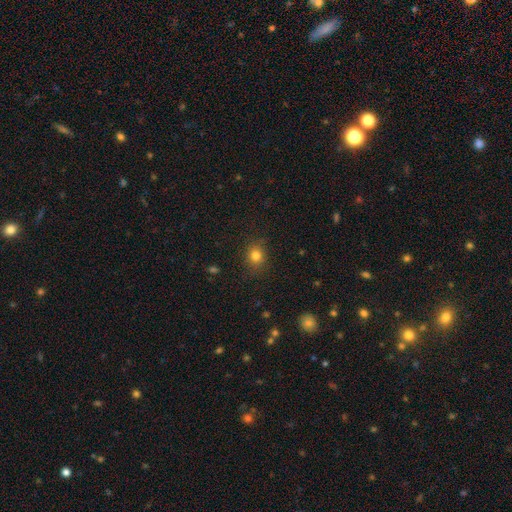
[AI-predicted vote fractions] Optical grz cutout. It shows a smooth galaxy with no disk features (81%) that is round (75%). Merging: none (86%).